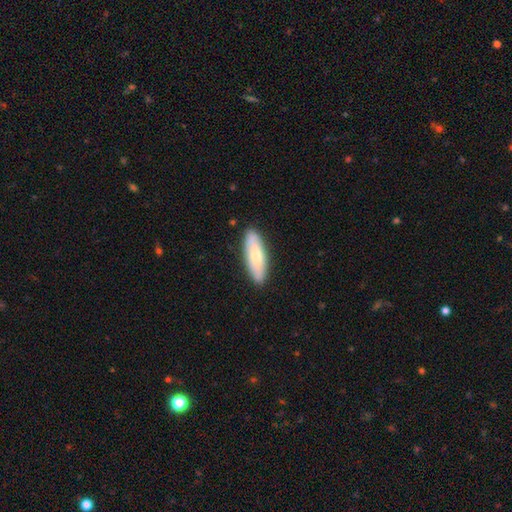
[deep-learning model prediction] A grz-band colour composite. It shows a smooth galaxy with no disk features (69%) that is in between round and cigar-shaped (53%). Merging: none (88%).